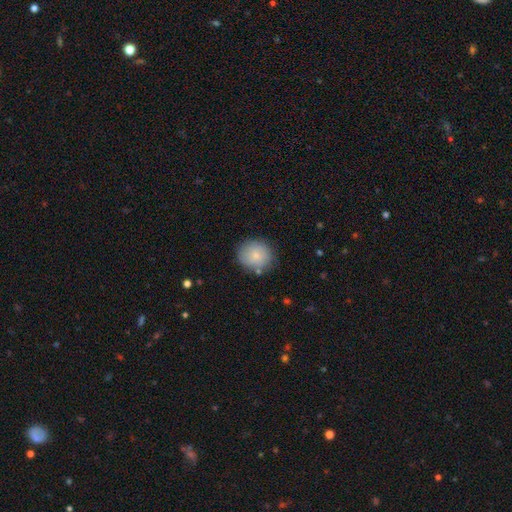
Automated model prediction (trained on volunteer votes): A smooth galaxy with no disk features (82%) that is round (86%). Merging: none (81%).